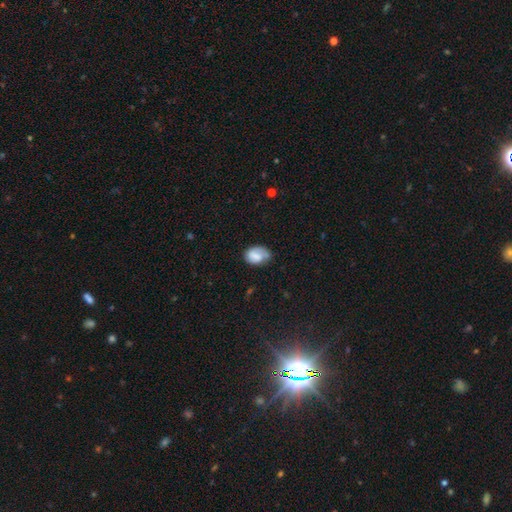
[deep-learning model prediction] Smooth or featured? Predicted: smooth (p=0.67). How rounded? Predicted: in between (p=0.72). Merging? Predicted: none (p=0.52).